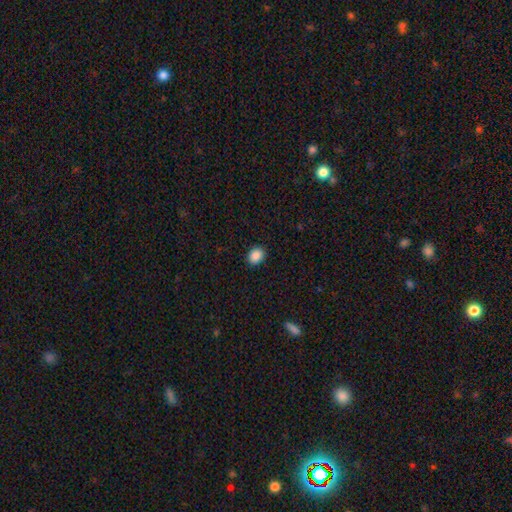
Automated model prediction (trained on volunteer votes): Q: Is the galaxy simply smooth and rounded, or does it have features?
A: smooth — 89%.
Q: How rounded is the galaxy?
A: in between — 50%.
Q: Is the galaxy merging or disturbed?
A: none — 90%.